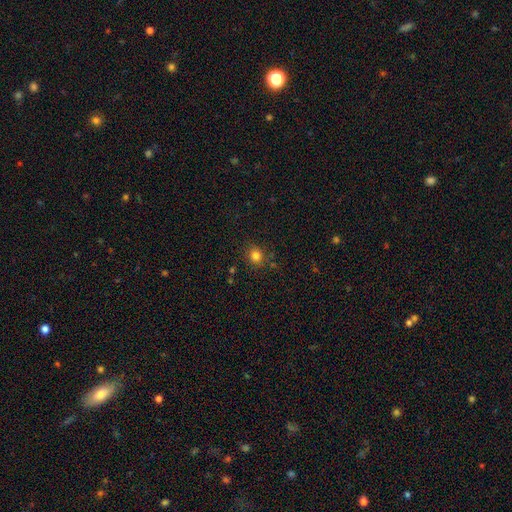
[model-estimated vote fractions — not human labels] smooth-or-featured: smooth: 81% | star or artifact: 14% | featured or disk: 6%
  how-rounded: round: 81% | in between: 18% | cigar-shaped: 1%
  merging: none: 83% | minor disturbance: 10% | merger: 3% | major disturbance: 3%